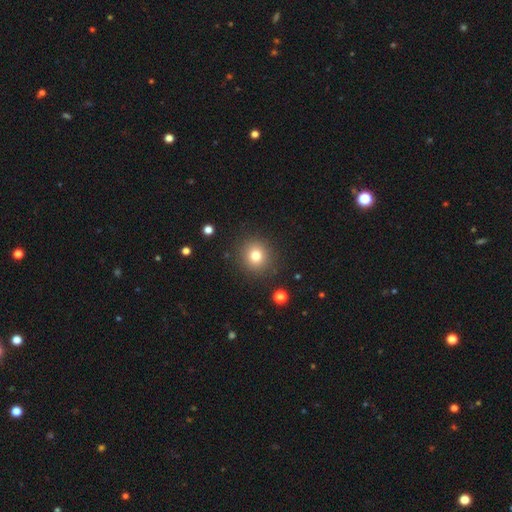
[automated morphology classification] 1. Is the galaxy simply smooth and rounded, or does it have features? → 78% smooth, 13% star or artifact, 9% featured or disk.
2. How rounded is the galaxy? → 90% round, 9% in between, 1% cigar-shaped.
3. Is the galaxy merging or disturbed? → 89% none, 7% minor disturbance, 3% major disturbance, 2% merger.